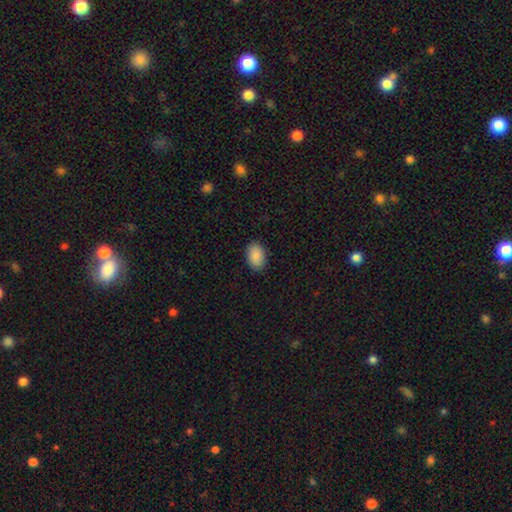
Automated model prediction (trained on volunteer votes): A smooth galaxy with no disk features (90%) that is in between round and cigar-shaped (89%).

Vote fractions:
- Smooth or featured? smooth: 90% / star or artifact: 7% / featured or disk: 3%
- How rounded? in between: 89% / round: 10% / cigar-shaped: 1%
- Merging? none: 89% / minor disturbance: 8% / major disturbance: 2% / merger: 1%